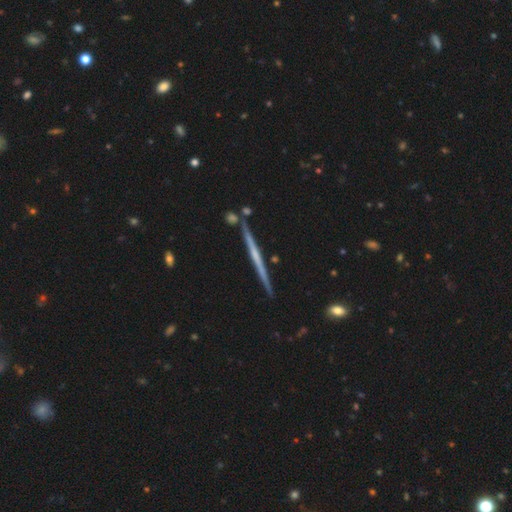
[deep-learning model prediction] Smooth or featured?
  - featured or disk: 71% *
  - smooth: 23%
  - star or artifact: 6%
Edge-on disk?
  - yes: 98% *
  - no: 2%
Edge-on bulge?
  - none: 67% *
  - rounded: 26%
  - boxy: 7%
Merging?
  - none: 87% *
  - minor disturbance: 8%
  - merger: 4%
  - major disturbance: 2%